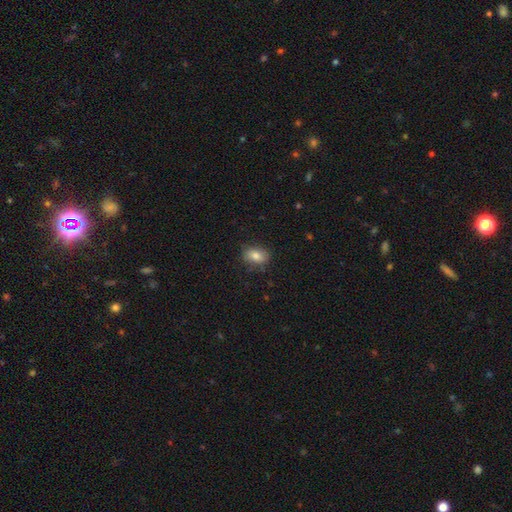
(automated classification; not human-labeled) Smooth or featured? Predicted: smooth (p=0.81). How rounded? Predicted: in between (p=0.83). Merging? Predicted: none (p=0.78).